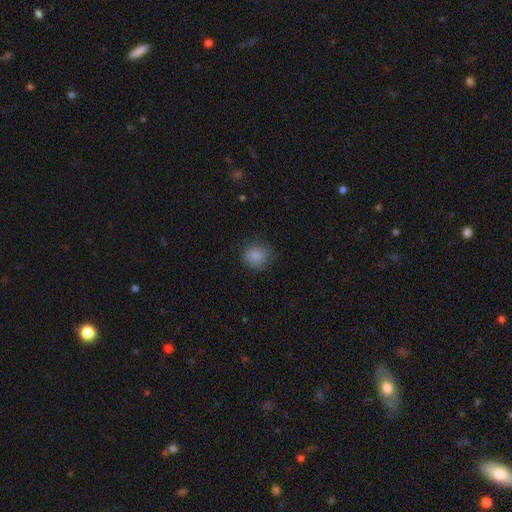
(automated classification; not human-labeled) smooth_or_featured: smooth (p=0.85) [alt: star or artifact p=0.10]
how_rounded: round (p=0.84) [alt: in between p=0.15]
merging: none (p=0.80) [alt: minor disturbance p=0.15]